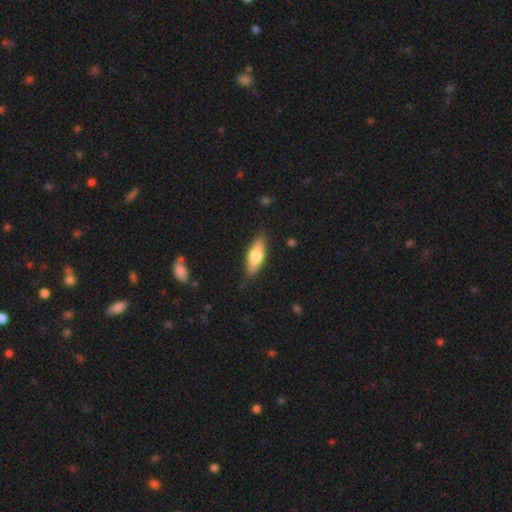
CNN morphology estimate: Smooth or featured?
  - smooth: 67% *
  - featured or disk: 27%
  - star or artifact: 6%
How rounded?
  - in between: 67% *
  - cigar-shaped: 31%
  - round: 3%
Merging?
  - none: 85% *
  - minor disturbance: 11%
  - major disturbance: 2%
  - merger: 1%